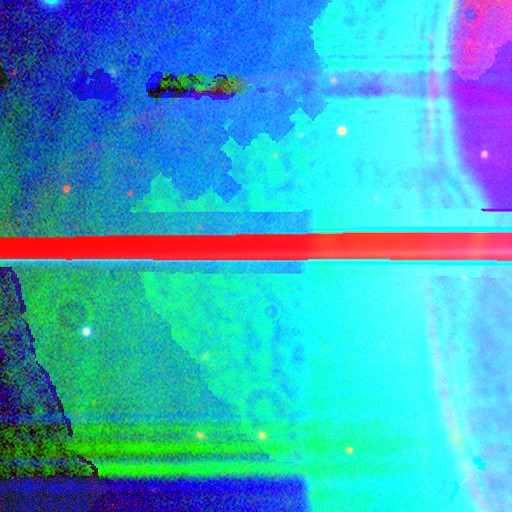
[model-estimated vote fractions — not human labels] This appears to be a star or artifact, not a galaxy (84%).